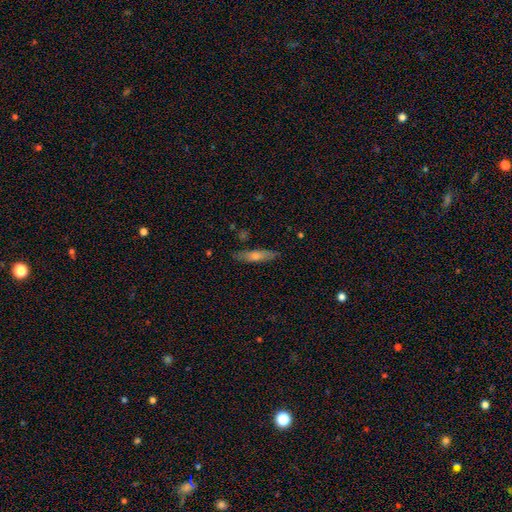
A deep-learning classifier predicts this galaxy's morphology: A smooth galaxy with no disk features (50%). Merging: none (87%).